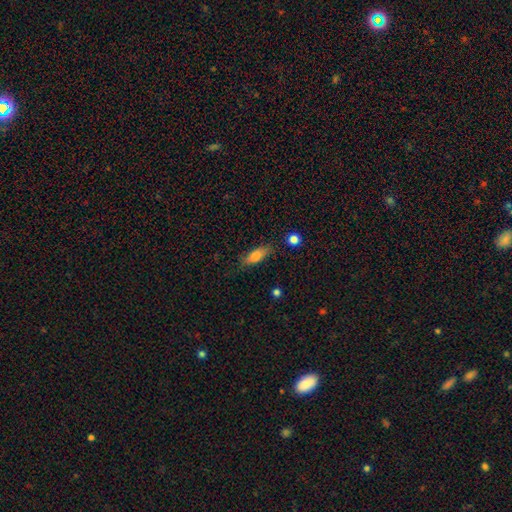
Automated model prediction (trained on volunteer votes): smooth 77%, featured or disk 15%, star or artifact 8%. Down the decision tree: how rounded — in between (68%); merging — none (78%).